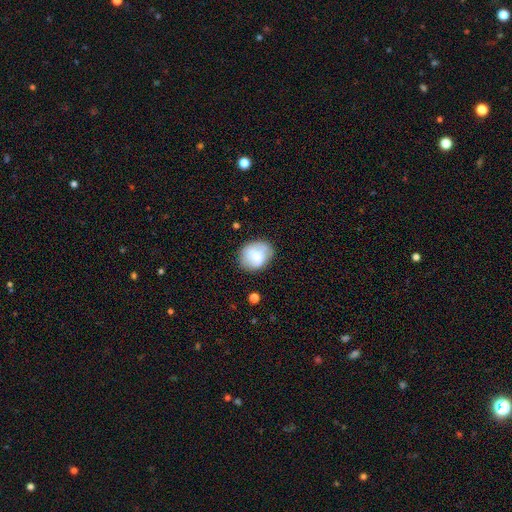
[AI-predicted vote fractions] Smooth or featured?
  - smooth: 58% *
  - featured or disk: 34%
  - star or artifact: 8%
How rounded?
  - round: 59% *
  - in between: 40%
  - cigar-shaped: 1%
Merging?
  - none: 66% *
  - minor disturbance: 22%
  - major disturbance: 8%
  - merger: 3%